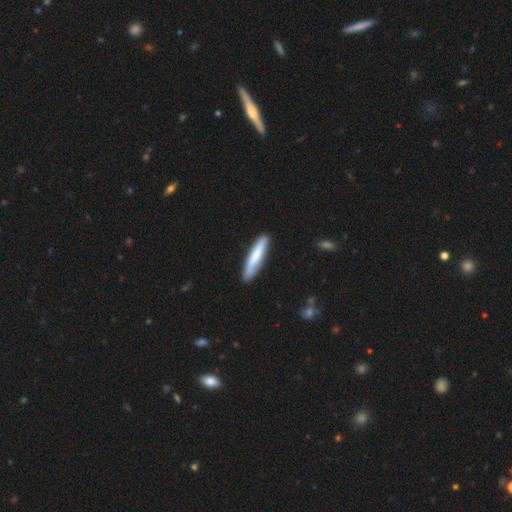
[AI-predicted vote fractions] Morphology: type=smooth (69%); roundness=cigar-shaped (90%); merging=none (88%).